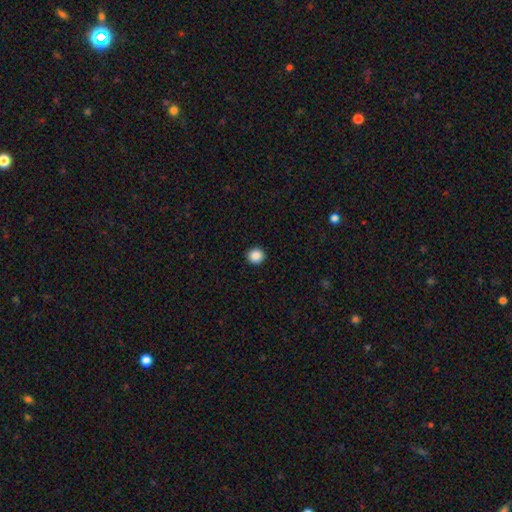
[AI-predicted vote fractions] Smooth or featured? Predicted: smooth (p=0.88). How rounded? Predicted: round (p=0.92). Merging? Predicted: none (p=0.93).